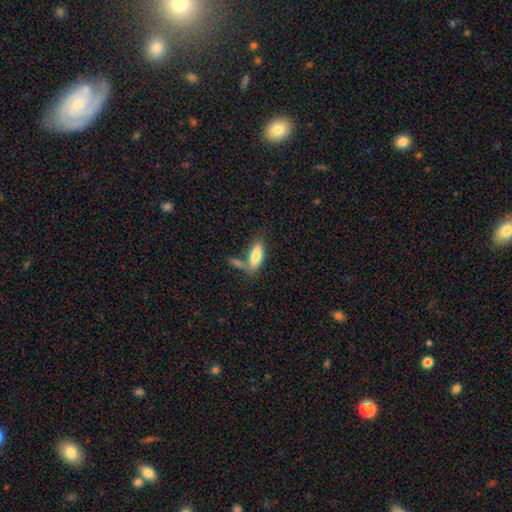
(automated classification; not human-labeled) smooth-or-featured: smooth: 78% | featured or disk: 15% | star or artifact: 7%
  how-rounded: in between: 72% | cigar-shaped: 26% | round: 2%
  merging: none: 47% | merger: 32% | minor disturbance: 15% | major disturbance: 6%